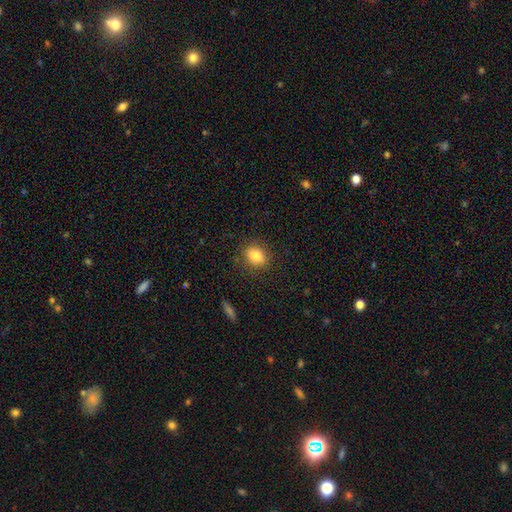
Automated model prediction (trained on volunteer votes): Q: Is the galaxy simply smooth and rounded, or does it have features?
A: smooth — 83%.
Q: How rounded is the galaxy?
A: in between — 52%.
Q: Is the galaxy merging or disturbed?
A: none — 86%.